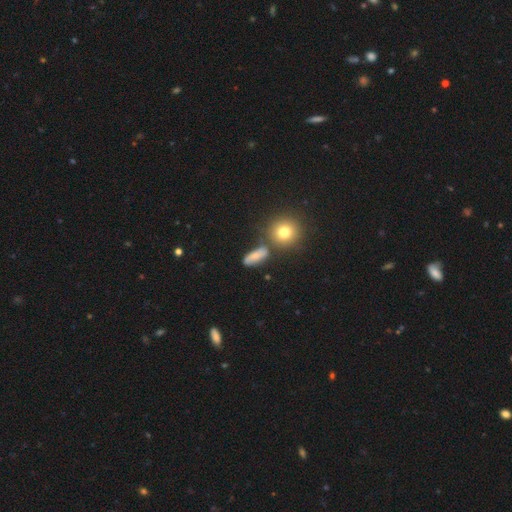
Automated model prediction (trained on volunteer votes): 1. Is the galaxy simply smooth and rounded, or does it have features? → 69% smooth, 19% featured or disk, 13% star or artifact.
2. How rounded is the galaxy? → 62% in between, 23% cigar-shaped, 15% round.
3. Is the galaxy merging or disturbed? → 64% none, 18% minor disturbance, 11% merger, 7% major disturbance.